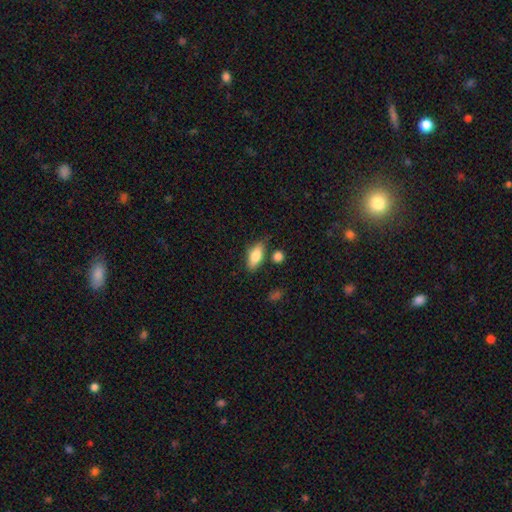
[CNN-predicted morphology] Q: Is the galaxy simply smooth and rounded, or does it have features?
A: smooth — 78%.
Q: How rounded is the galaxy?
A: in between — 81%.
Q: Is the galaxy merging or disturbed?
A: none — 71%.